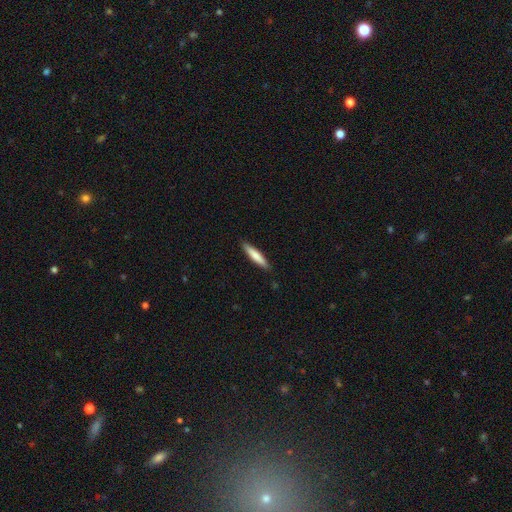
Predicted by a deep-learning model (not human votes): smooth 74%, featured or disk 21%, star or artifact 5%. Down the decision tree: how rounded — cigar-shaped (89%); merging — none (90%).